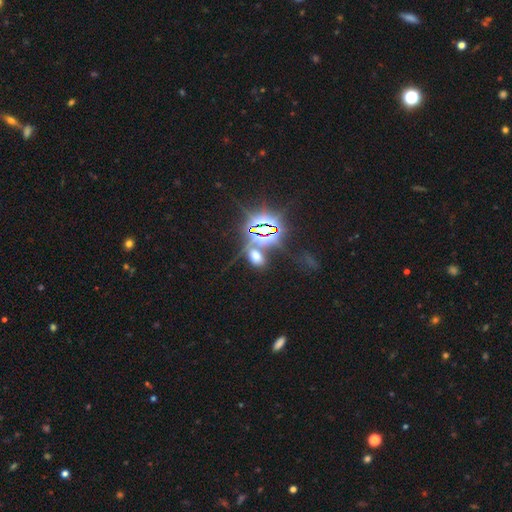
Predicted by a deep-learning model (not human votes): Overall: star or artifact (46%; smooth 44%).